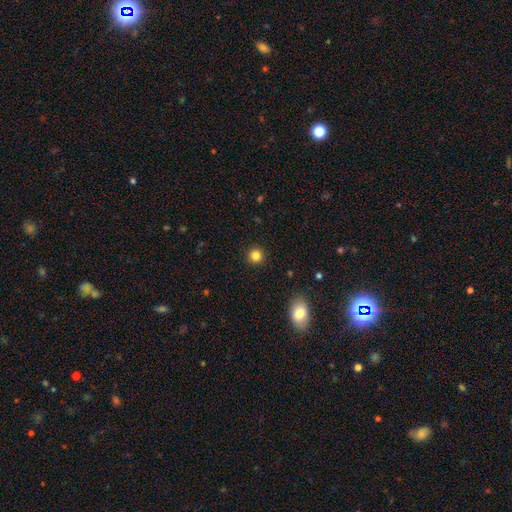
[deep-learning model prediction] Q: Smooth or featured?
A: smooth (83%); runner-up: star or artifact (13%)
Q: How rounded?
A: round (94%); runner-up: in between (5%)
Q: Merging?
A: none (92%); runner-up: minor disturbance (5%)